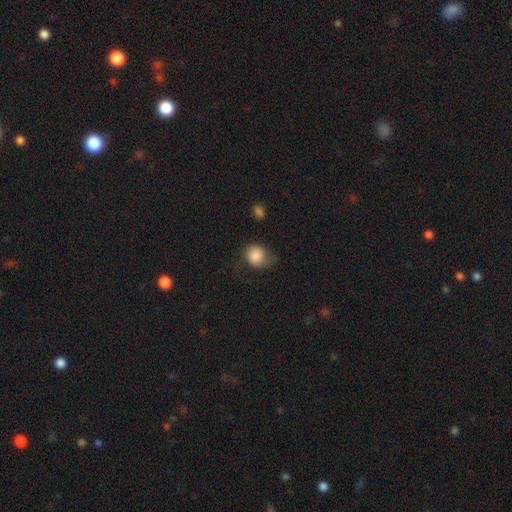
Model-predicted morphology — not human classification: Smooth or featured? smooth (83%)
How rounded? round (73%)
Merging? none (48%)